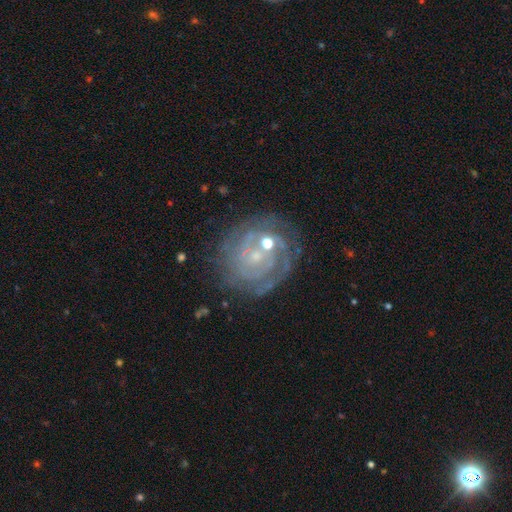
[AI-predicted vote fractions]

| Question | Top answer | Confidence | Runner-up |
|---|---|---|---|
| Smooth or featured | featured or disk | 82% | star or artifact (9%) |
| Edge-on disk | no | 97% | yes (3%) |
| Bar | no | 65% | weak (27%) |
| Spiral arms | yes | 95% | no (5%) |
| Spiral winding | tight | 79% | medium (17%) |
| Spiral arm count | can't tell | 30% | 2 (24%) |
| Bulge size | small | 72% | moderate (21%) |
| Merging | none | 70% | minor disturbance (15%) |